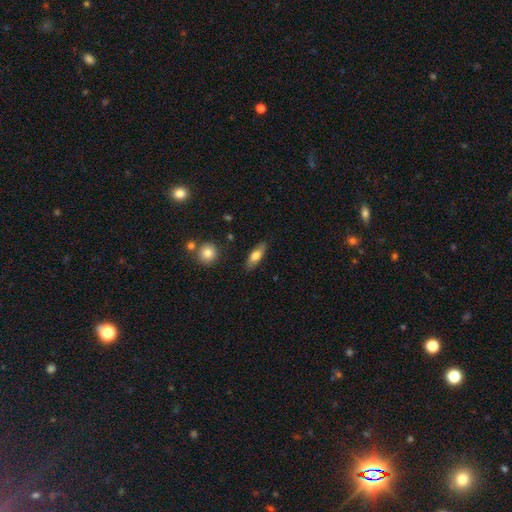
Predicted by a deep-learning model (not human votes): The model was most divided on "how rounded": in between: 63%, cigar-shaped: 33%, round: 3%. More confident: merging — none (85%); smooth or featured — smooth (70%).